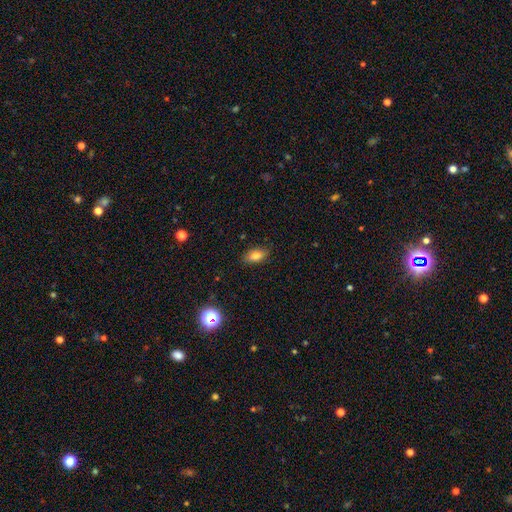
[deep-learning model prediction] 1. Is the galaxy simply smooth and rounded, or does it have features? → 81% smooth, 10% star or artifact, 9% featured or disk.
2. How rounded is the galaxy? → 89% in between, 6% round, 5% cigar-shaped.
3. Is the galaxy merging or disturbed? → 85% none, 11% minor disturbance, 2% major disturbance, 1% merger.